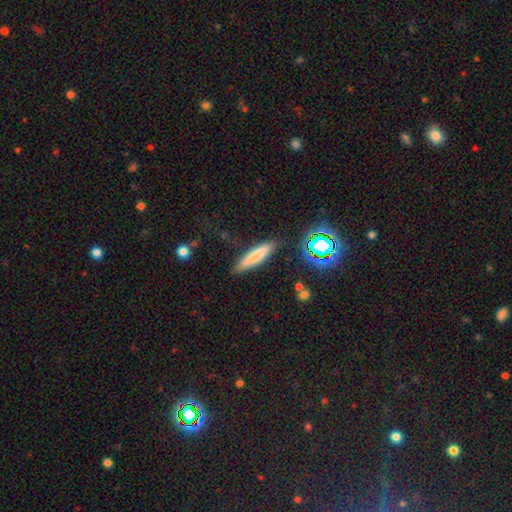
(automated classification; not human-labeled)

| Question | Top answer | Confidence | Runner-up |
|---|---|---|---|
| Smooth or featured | smooth | 73% | featured or disk (17%) |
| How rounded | cigar-shaped | 83% | in between (15%) |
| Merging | none | 84% | minor disturbance (11%) |